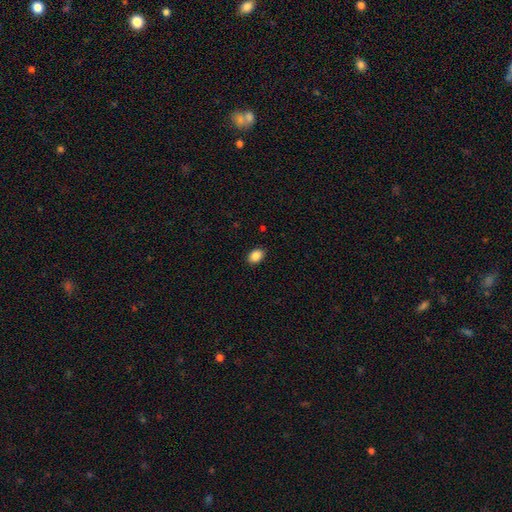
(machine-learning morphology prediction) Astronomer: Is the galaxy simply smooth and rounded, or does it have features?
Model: smooth — 87%.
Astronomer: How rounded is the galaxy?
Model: in between — 76%.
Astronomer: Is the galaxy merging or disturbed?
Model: none — 89%.